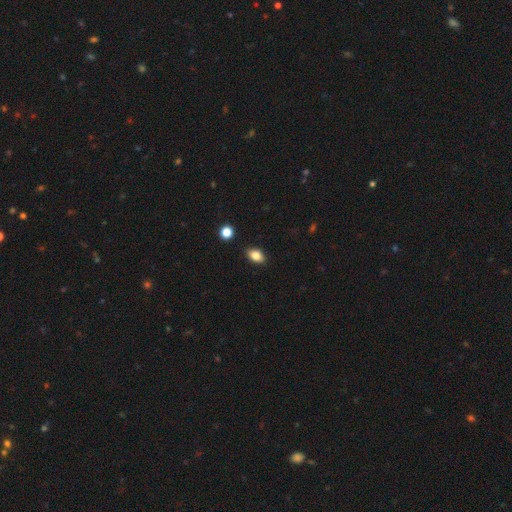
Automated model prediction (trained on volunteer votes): smooth 83%, star or artifact 9%, featured or disk 7%. Down the decision tree: how rounded — in between (87%); merging — none (88%).